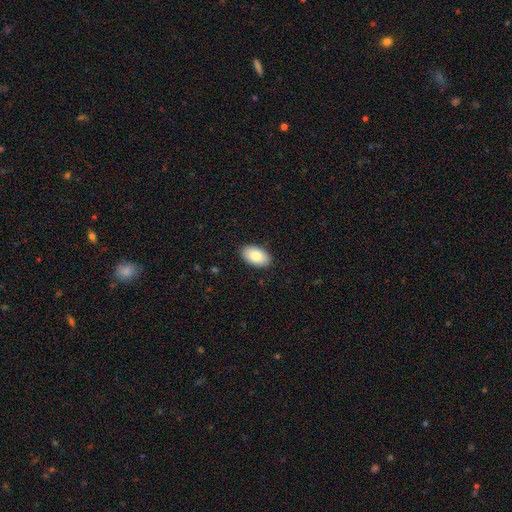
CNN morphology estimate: Smooth or featured? Predicted: smooth (p=0.82). How rounded? Predicted: in between (p=0.94). Merging? Predicted: none (p=0.89).